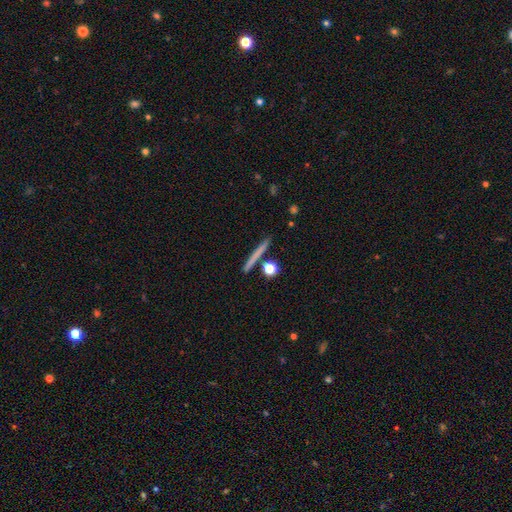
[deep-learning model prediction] smooth-or-featured: smooth: 61% | featured or disk: 30% | star or artifact: 8%
  how-rounded: cigar-shaped: 88% | round: 8% | in between: 4%
  merging: none: 87% | minor disturbance: 7% | merger: 5% | major disturbance: 2%